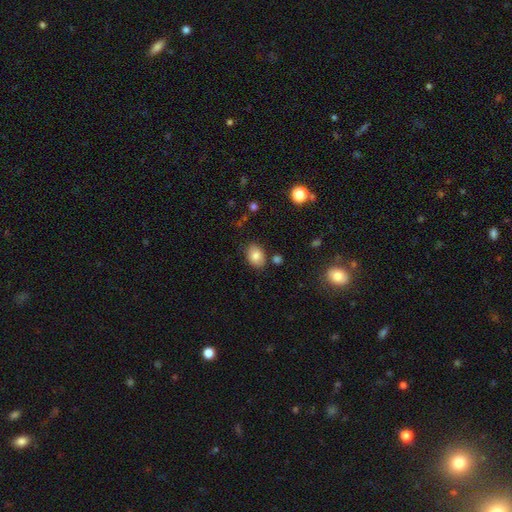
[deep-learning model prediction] A smooth galaxy with no disk features (82%) that is in between round and cigar-shaped (77%). Merging: none (81%).